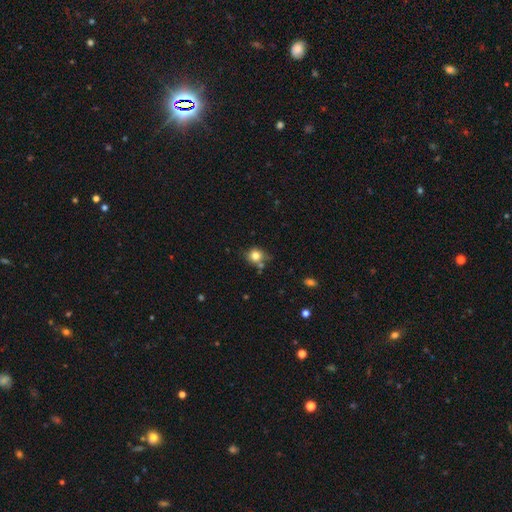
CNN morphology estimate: This is likely a smooth galaxy (79%). How rounded: likely round (79%). Merging: likely none (63%).